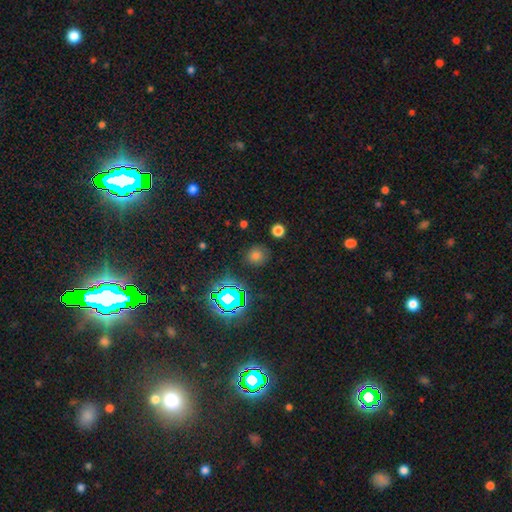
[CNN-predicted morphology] Q: Smooth or featured?
A: smooth (63%); runner-up: star or artifact (30%)
Q: How rounded?
A: round (87%); runner-up: in between (12%)
Q: Merging?
A: none (87%); runner-up: minor disturbance (8%)